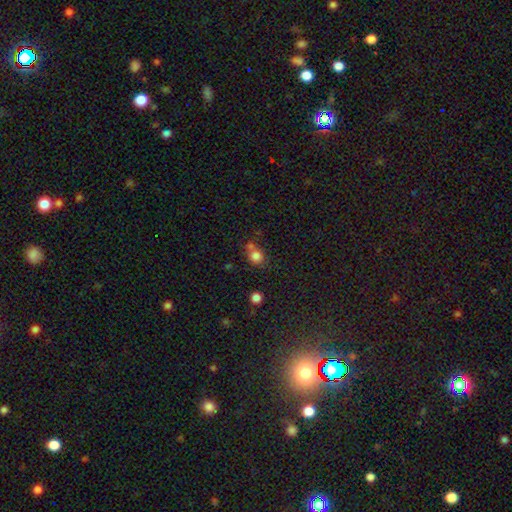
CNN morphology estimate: Smooth or featured: smooth — 81% (star or artifact — 13%)
How rounded: round — 83% (in between — 16%)
Merging: none — 57% (merger — 26%)